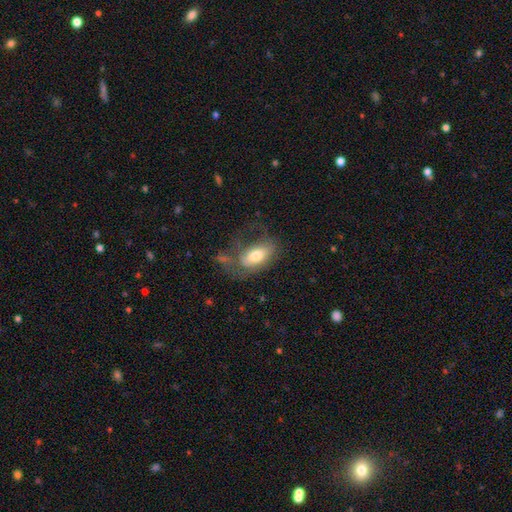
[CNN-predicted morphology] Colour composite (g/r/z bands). It shows a smooth galaxy with no disk features (63%) that is in between round and cigar-shaped (89%). Merging: none (38%).